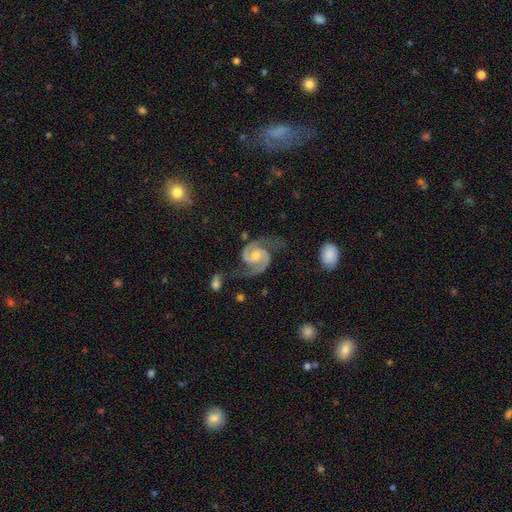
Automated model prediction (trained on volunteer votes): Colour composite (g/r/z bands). It shows a featured or disk galaxy (92%) with no bar (61%), 2 (94%) medium (58%) spiral arms (98%) and a moderate central bulge (55%). Merging: none (65%).